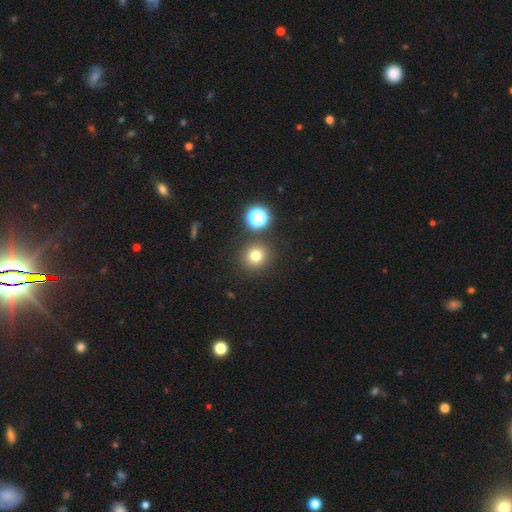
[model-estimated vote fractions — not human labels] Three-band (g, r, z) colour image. It shows a smooth galaxy with no disk features (75%) that is round (92%). Merging: none (86%).